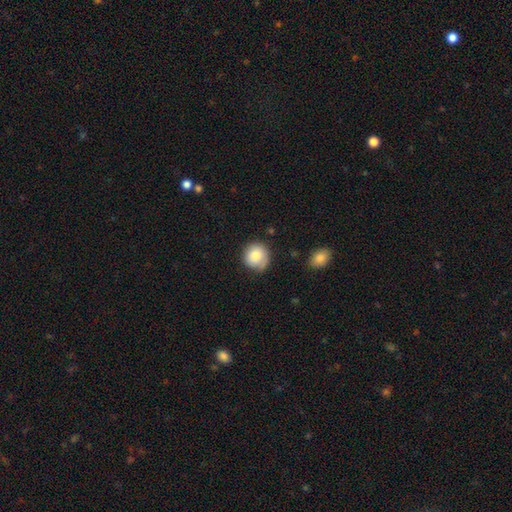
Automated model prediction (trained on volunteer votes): A smooth galaxy with no disk features (81%) that is round (90%).

Vote fractions:
- Smooth or featured? smooth: 81% / featured or disk: 11% / star or artifact: 8%
- How rounded? round: 90% / in between: 9% / cigar-shaped: 1%
- Merging? none: 74% / minor disturbance: 19% / major disturbance: 4% / merger: 2%